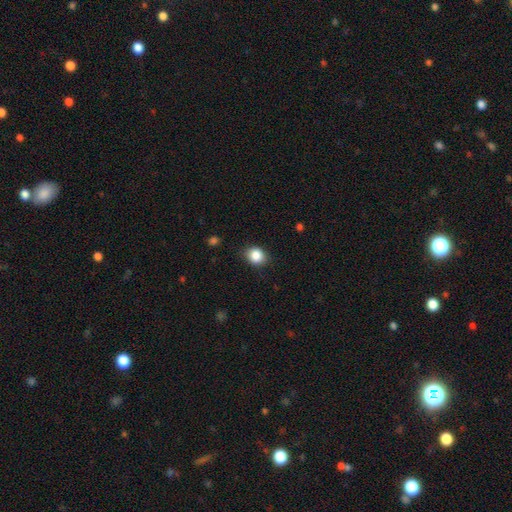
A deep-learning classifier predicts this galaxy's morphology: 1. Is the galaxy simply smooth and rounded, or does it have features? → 86% smooth, 9% star or artifact, 5% featured or disk.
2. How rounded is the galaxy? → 58% round, 41% in between, 1% cigar-shaped.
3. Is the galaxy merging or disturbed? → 83% none, 13% minor disturbance, 3% major disturbance, 1% merger.